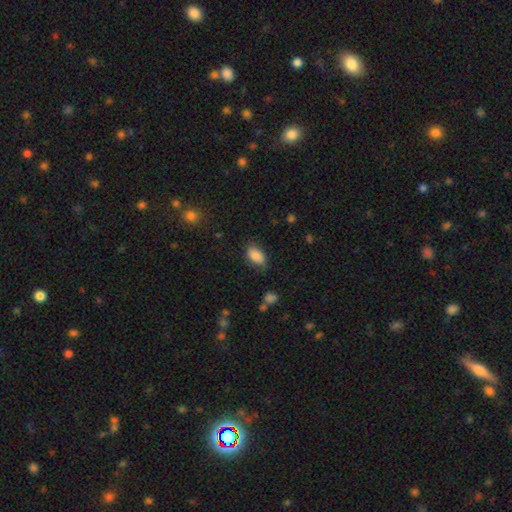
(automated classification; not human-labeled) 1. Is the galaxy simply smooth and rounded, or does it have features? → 87% smooth, 7% star or artifact, 6% featured or disk.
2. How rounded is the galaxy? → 92% in between, 5% round, 3% cigar-shaped.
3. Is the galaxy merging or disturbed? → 79% none, 15% minor disturbance, 4% major disturbance, 2% merger.